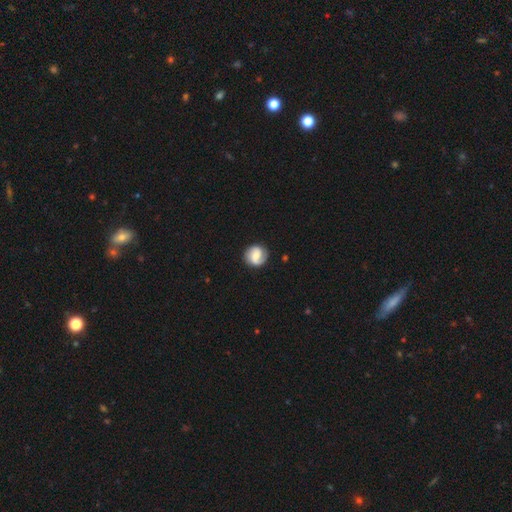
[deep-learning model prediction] Smooth or featured? featured or disk (59%)
Edge-on disk? no (98%)
Bar? weak (47%)
Spiral arms? yes (92%)
Spiral winding? medium (40%)
Spiral arm count? 2 (79%)
Bulge size? moderate (44%)
Merging? none (84%)